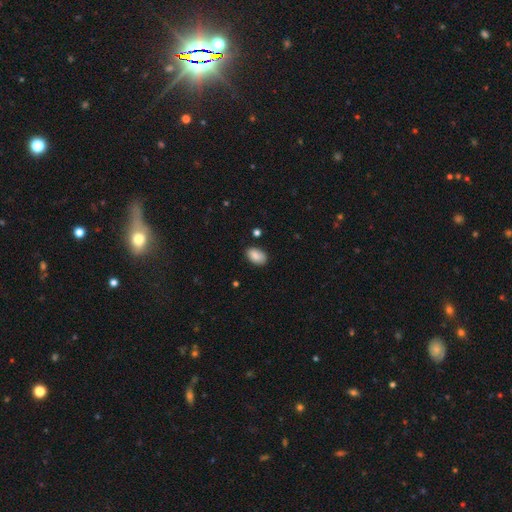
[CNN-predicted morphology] Q: Smooth or featured?
A: smooth (85%); runner-up: featured or disk (8%)
Q: How rounded?
A: in between (91%); runner-up: round (8%)
Q: Merging?
A: none (78%); runner-up: minor disturbance (17%)